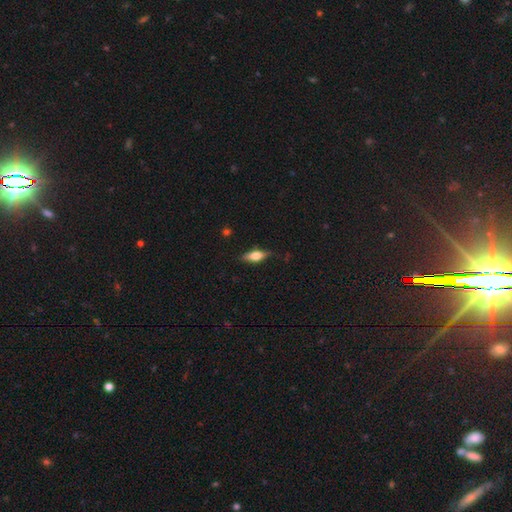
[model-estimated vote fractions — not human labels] Smooth or featured: smooth — 60% (featured or disk — 34%)
How rounded: in between — 66% (cigar-shaped — 31%)
Merging: none — 78% (minor disturbance — 17%)